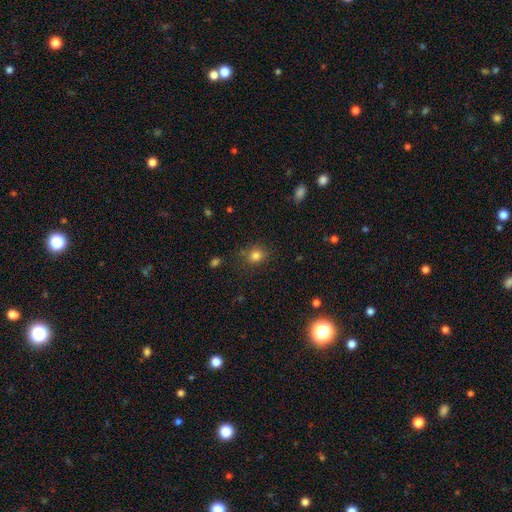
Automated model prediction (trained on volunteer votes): Q: Smooth or featured?
A: smooth (81%); runner-up: star or artifact (13%)
Q: How rounded?
A: round (70%); runner-up: in between (29%)
Q: Merging?
A: none (78%); runner-up: minor disturbance (14%)